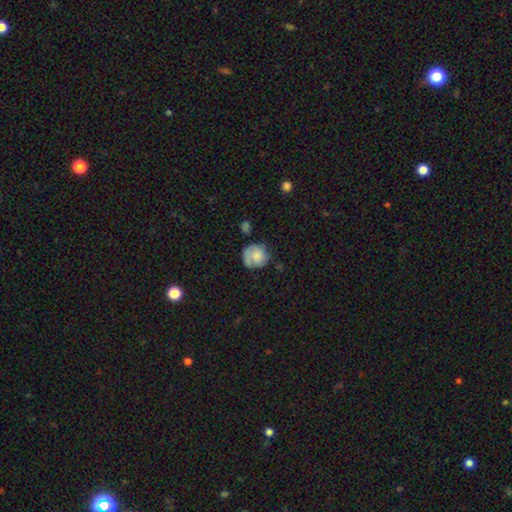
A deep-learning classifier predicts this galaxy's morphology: Smooth or featured? smooth (61%)
How rounded? round (82%)
Merging? none (58%)